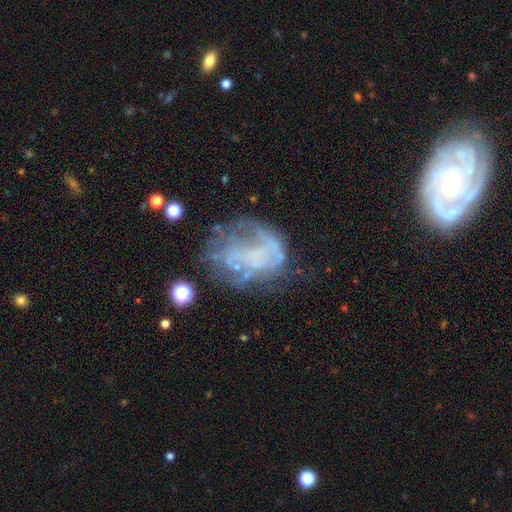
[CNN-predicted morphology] Smooth or featured? featured or disk (62%)
Edge-on disk? no (98%)
Bar? no (84%)
Spiral arms? no (70%)
Bulge size? none (77%)
Merging? none (41%)